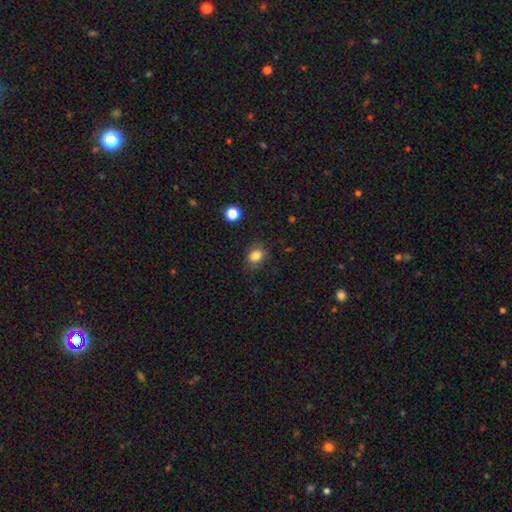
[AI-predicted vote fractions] Smooth or featured: smooth — 83% (star or artifact — 11%)
How rounded: in between — 54% (round — 45%)
Merging: none — 79% (minor disturbance — 15%)